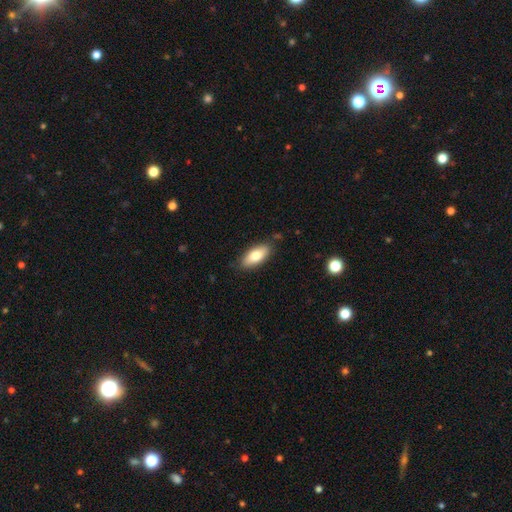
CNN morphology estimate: A smooth galaxy with no disk features (78%) that is in between round and cigar-shaped (85%). Merging: none (85%).